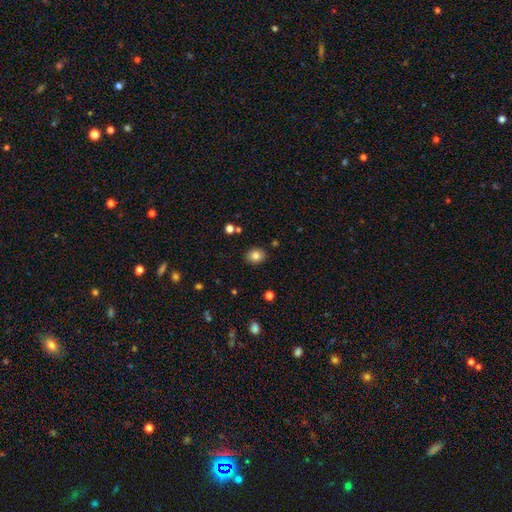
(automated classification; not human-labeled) A smooth galaxy with no disk features (82%) that is round (53%). Merging: none (88%).